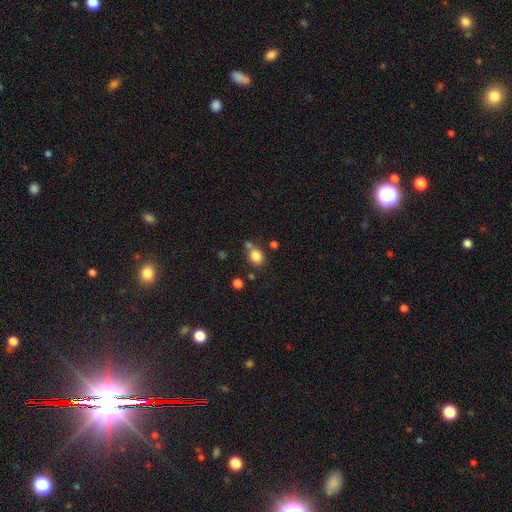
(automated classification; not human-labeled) The model was most divided on "how rounded": round: 56%, in between: 42%, cigar-shaped: 1%. More confident: smooth or featured — smooth (83%); merging — none (60%).